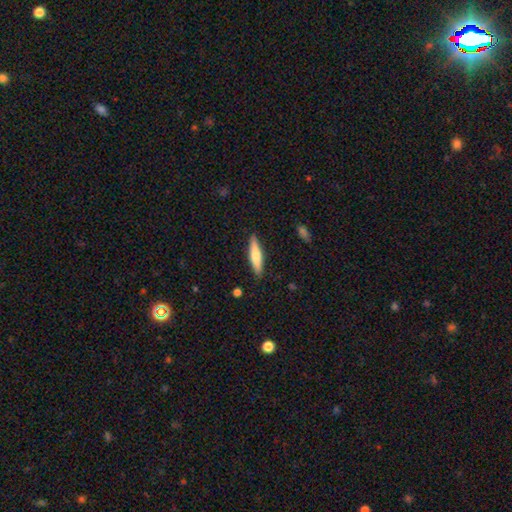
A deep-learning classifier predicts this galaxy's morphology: Overall: smooth (66%; featured or disk 29%). How rounded: cigar-shaped (82%). Merging: none (89%).